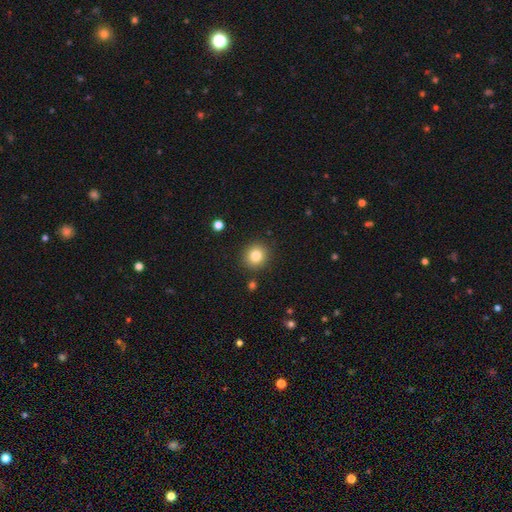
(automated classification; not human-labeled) smooth_or_featured: smooth (p=0.82) [alt: star or artifact p=0.11]
how_rounded: round (p=0.89) [alt: in between p=0.10]
merging: none (p=0.90) [alt: minor disturbance p=0.06]